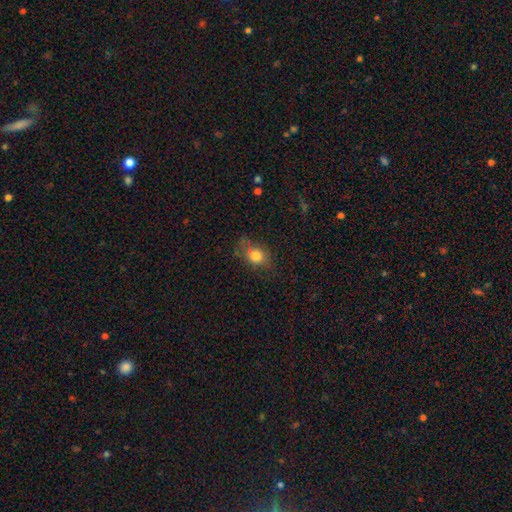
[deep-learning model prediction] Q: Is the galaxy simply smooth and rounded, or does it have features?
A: smooth — 77%.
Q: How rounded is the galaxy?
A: in between — 57%.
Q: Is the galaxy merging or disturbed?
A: none — 59%.